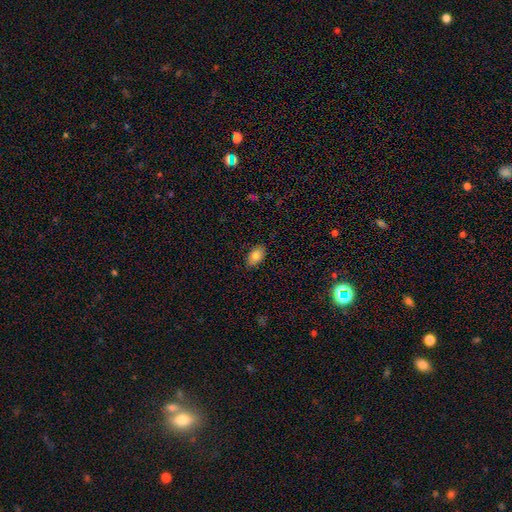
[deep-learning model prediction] The model was most divided on "smooth or featured": smooth: 81%, featured or disk: 11%, star or artifact: 8%. More confident: how rounded — in between (91%); merging — none (87%).